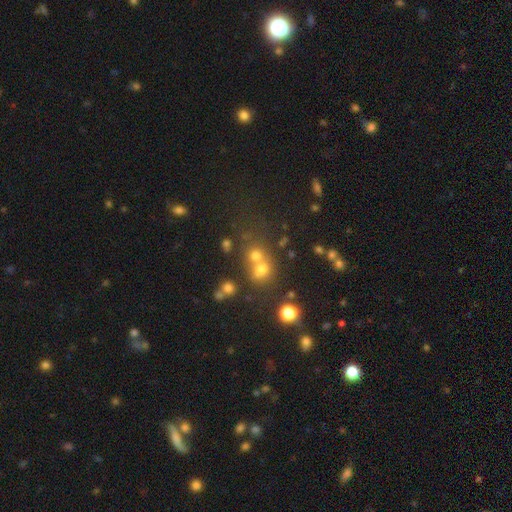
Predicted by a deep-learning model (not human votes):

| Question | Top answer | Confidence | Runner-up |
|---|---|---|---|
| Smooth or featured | smooth | 64% | star or artifact (22%) |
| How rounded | round | 75% | in between (24%) |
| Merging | merger | 48% | none (40%) |